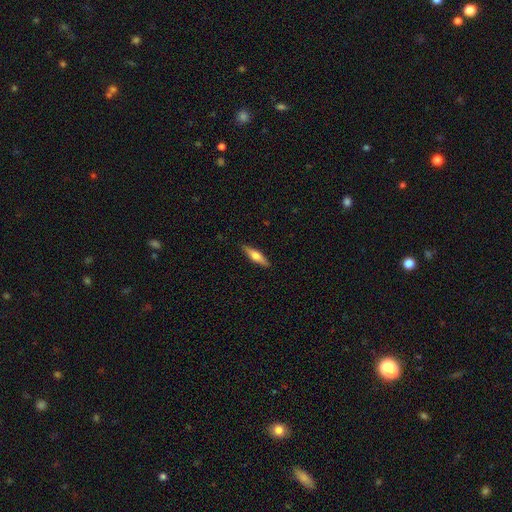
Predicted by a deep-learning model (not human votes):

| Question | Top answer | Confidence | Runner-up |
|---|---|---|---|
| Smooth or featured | smooth | 52% | featured or disk (42%) |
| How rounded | cigar-shaped | 72% | in between (26%) |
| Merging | none | 89% | minor disturbance (8%) |